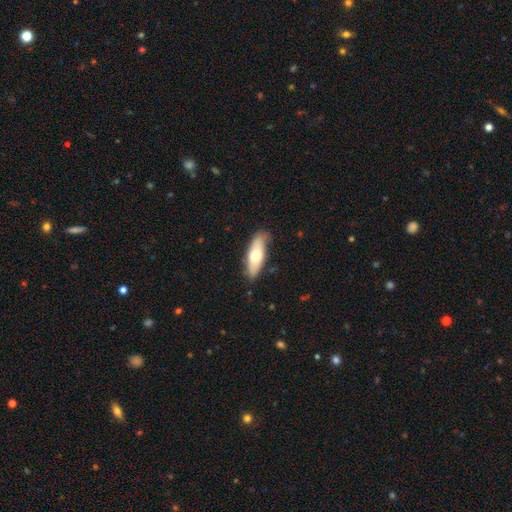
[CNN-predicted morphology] The model was most divided on "how rounded": in between: 61%, cigar-shaped: 37%, round: 2%. More confident: merging — none (80%); smooth or featured — smooth (60%).